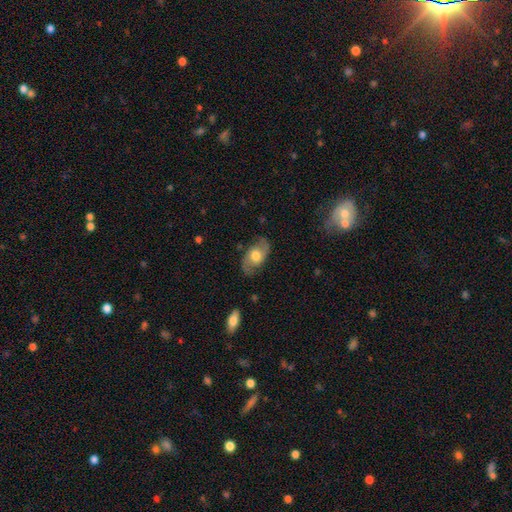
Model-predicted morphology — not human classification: type=featured or disk (59%); edge-on=no (93%); bar=no (69%); spiral arms=yes (80%); bulge=moderate (64%); merging=none (78%).